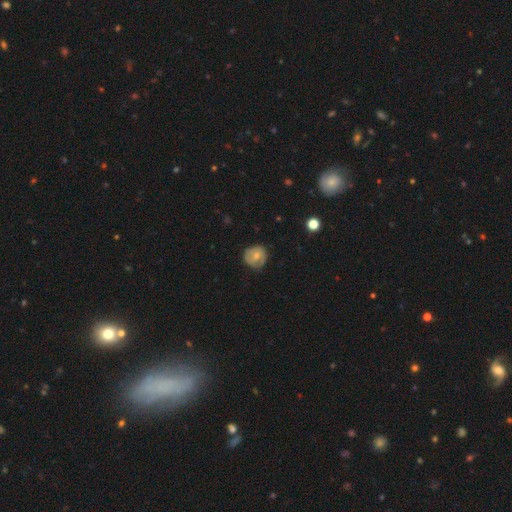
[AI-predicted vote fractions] This appears to be a smooth galaxy with no disk features (56%) that is round (83%). Merging: none (67%).